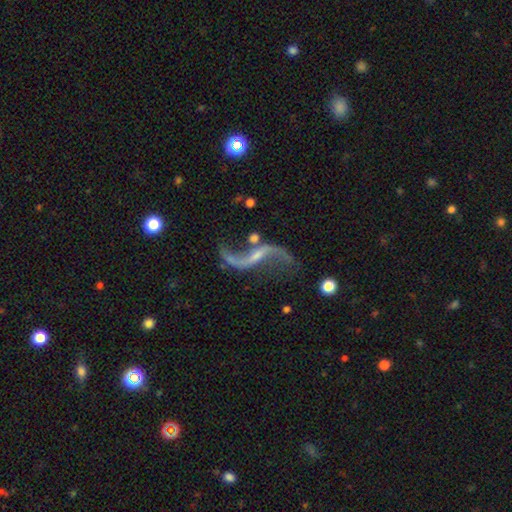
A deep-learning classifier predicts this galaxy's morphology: Smooth or featured: featured or disk — 90% (star or artifact — 6%)
Edge-on disk: no — 94% (yes — 6%)
Bar: weak — 38% (no — 33%)
Spiral arms: yes — 95% (no — 5%)
Spiral winding: loose — 95% (medium — 3%)
Spiral arm count: 2 — 93% (1 — 3%)
Bulge size: small — 63% (none — 19%)
Merging: none — 63% (minor disturbance — 16%)